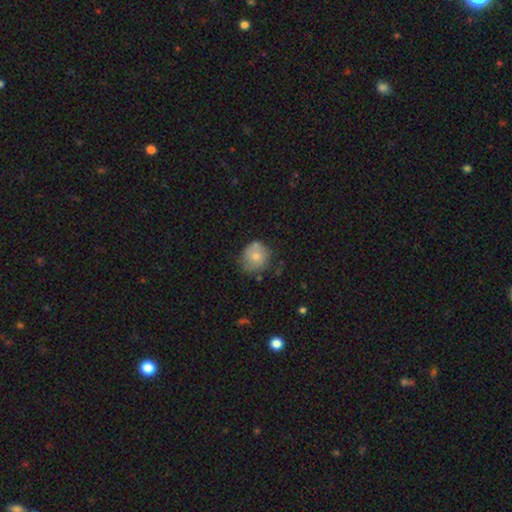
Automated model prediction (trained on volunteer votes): Smooth or featured?
  - smooth: 70% *
  - featured or disk: 22%
  - star or artifact: 8%
How rounded?
  - round: 86% *
  - in between: 13%
  - cigar-shaped: 1%
Merging?
  - none: 64% *
  - minor disturbance: 24%
  - merger: 7%
  - major disturbance: 6%